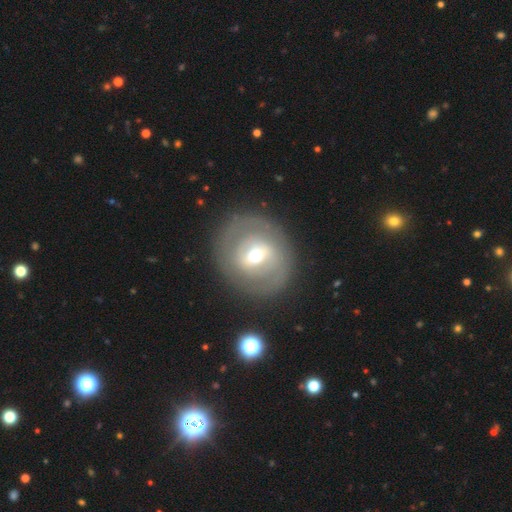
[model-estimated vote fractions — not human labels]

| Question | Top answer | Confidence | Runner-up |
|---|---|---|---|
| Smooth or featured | featured or disk | 59% | smooth (33%) |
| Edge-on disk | no | 94% | yes (6%) |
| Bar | weak | 43% | no (30%) |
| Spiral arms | no | 64% | yes (36%) |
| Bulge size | moderate | 58% | small (34%) |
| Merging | none | 82% | minor disturbance (10%) |